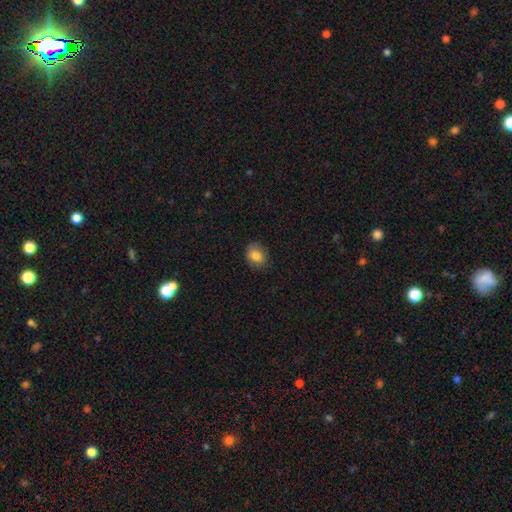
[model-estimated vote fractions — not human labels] A smooth galaxy with no disk features (83%) that is in between round and cigar-shaped (54%).

Vote fractions:
- Smooth or featured? smooth: 83% / star or artifact: 9% / featured or disk: 8%
- How rounded? in between: 54% / round: 45% / cigar-shaped: 1%
- Merging? none: 82% / minor disturbance: 14% / major disturbance: 3% / merger: 1%